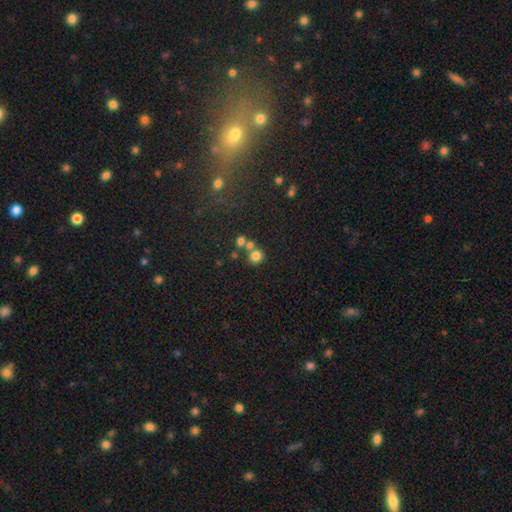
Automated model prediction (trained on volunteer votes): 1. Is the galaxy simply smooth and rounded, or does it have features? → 76% smooth, 15% star or artifact, 9% featured or disk.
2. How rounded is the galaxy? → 85% round, 14% in between, 1% cigar-shaped.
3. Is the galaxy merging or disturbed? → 57% none, 31% merger, 8% minor disturbance, 4% major disturbance.